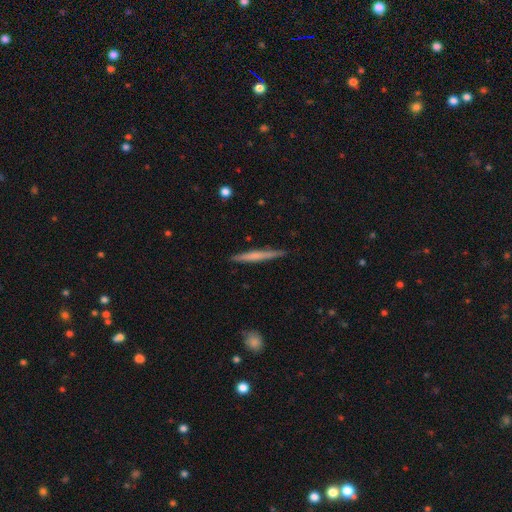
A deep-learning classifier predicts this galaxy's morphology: Smooth or featured: smooth — 51% (featured or disk — 43%)
How rounded: cigar-shaped — 96% (in between — 3%)
Merging: none — 89% (minor disturbance — 8%)